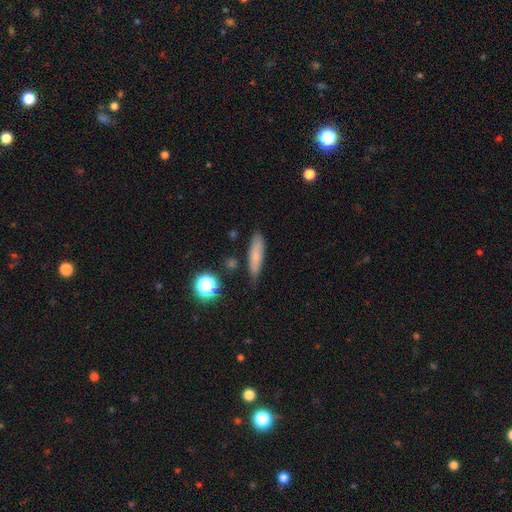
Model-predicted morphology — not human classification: The model was most divided on "how rounded": cigar-shaped: 69%, in between: 27%, round: 4%. More confident: merging — none (78%); smooth or featured — smooth (72%).